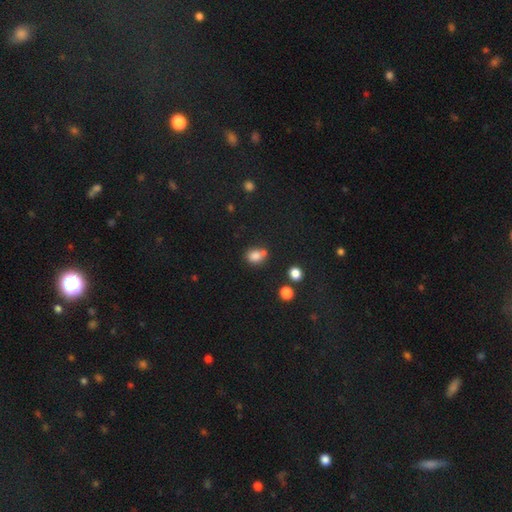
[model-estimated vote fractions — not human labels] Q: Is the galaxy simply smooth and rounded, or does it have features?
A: smooth — 80%.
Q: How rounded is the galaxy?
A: round — 52%.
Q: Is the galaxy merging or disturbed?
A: none — 51%.